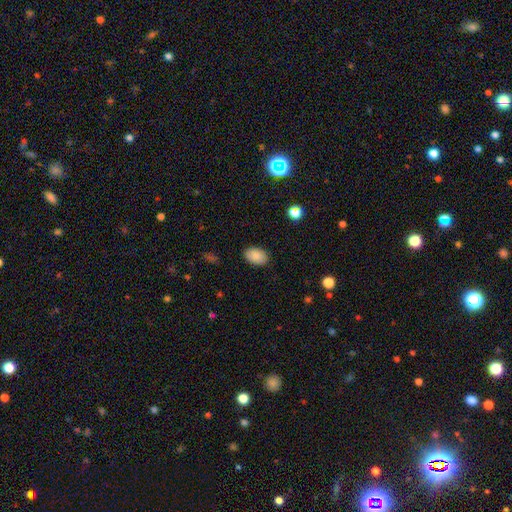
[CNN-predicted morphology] smooth_or_featured: smooth (p=0.88) [alt: star or artifact p=0.08]
how_rounded: in between (p=0.88) [alt: round p=0.11]
merging: none (p=0.88) [alt: minor disturbance p=0.09]